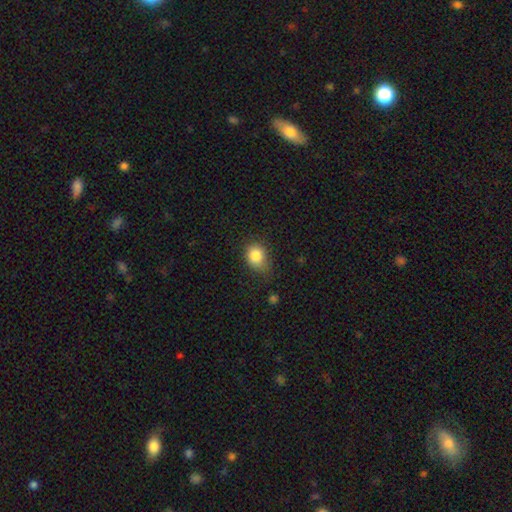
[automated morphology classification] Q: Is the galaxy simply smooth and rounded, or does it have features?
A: smooth — 83%.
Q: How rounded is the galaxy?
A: round — 54%.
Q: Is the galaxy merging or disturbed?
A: none — 57%.